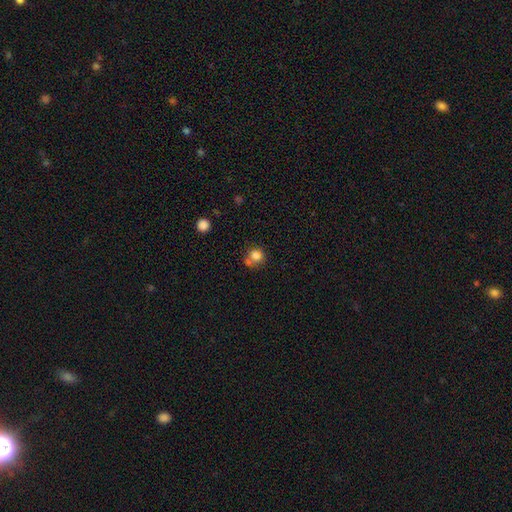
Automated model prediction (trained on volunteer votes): smooth 80%, star or artifact 11%, featured or disk 9%. Down the decision tree: how rounded — round (87%); merging — none (56%).